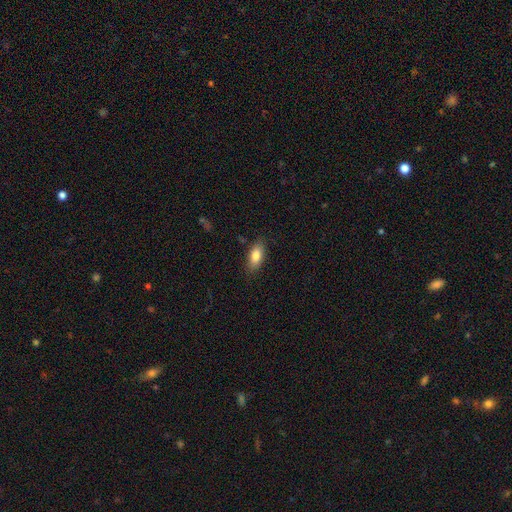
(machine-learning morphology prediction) Smooth or featured? Predicted: smooth (p=0.82). How rounded? Predicted: in between (p=0.86). Merging? Predicted: none (p=0.84).